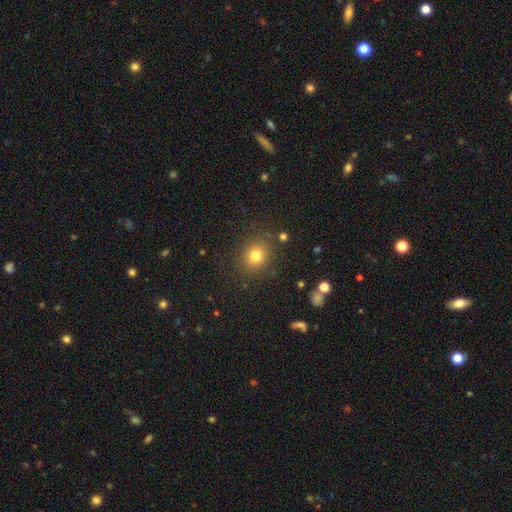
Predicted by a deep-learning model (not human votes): Overall: smooth (79%). How rounded: round (75%). Merging: none (84%).